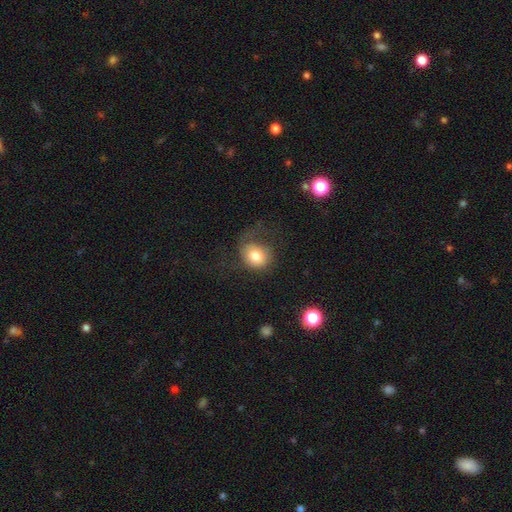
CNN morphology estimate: smooth_or_featured: smooth (p=0.75) [alt: featured or disk p=0.16]
how_rounded: round (p=0.67) [alt: in between p=0.32]
merging: none (p=0.45) [alt: major disturbance p=0.32]